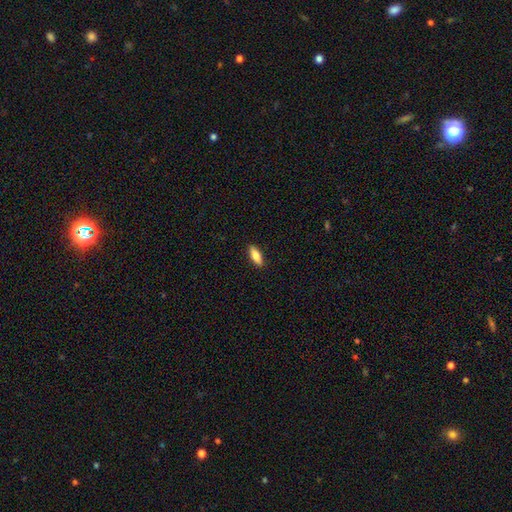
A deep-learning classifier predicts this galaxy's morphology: Overall: smooth (80%). How rounded: in between (69%). Merging: none (89%).